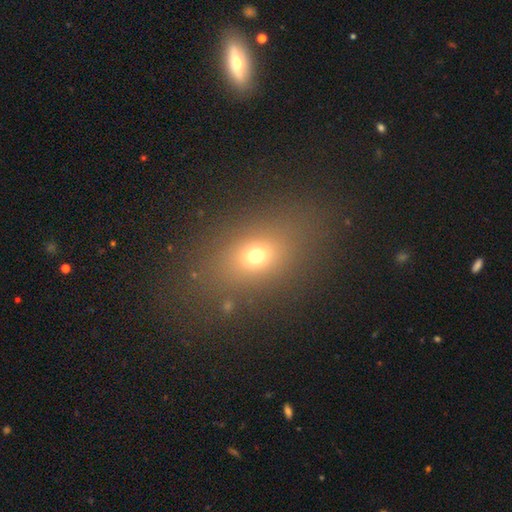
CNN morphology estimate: A smooth galaxy with no disk features (67%) that is in between round and cigar-shaped (65%).

Vote fractions:
- Smooth or featured? smooth: 67% / star or artifact: 19% / featured or disk: 13%
- How rounded? in between: 65% / round: 31% / cigar-shaped: 4%
- Merging? none: 79% / minor disturbance: 11% / major disturbance: 7% / merger: 3%